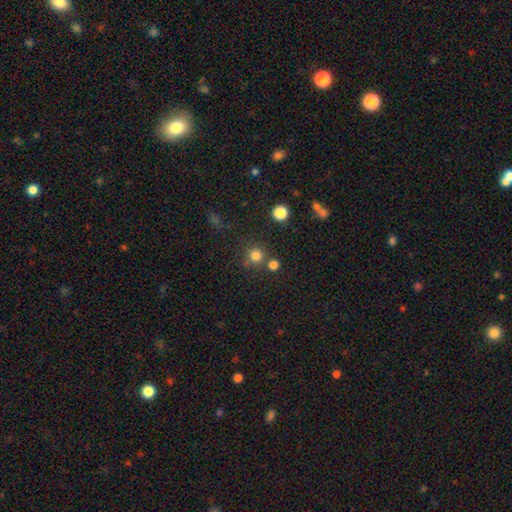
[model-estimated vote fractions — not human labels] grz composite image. It shows a smooth galaxy with no disk features (78%) that is round (93%). Merging: none (74%).